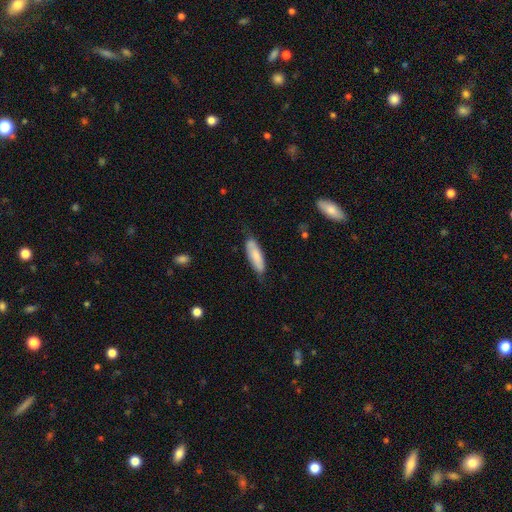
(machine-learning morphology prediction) The model was most divided on "how rounded": in between: 50%, cigar-shaped: 49%, round: 2%. More confident: smooth or featured — smooth (77%); merging — none (67%).